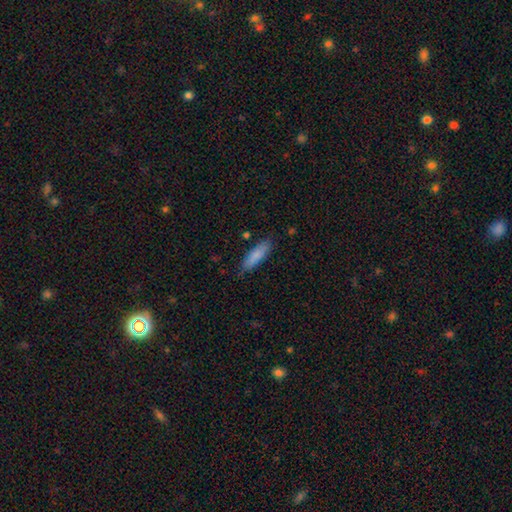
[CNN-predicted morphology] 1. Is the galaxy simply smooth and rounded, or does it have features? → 83% smooth, 11% featured or disk, 6% star or artifact.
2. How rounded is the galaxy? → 62% cigar-shaped, 36% in between, 1% round.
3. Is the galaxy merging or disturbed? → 81% none, 15% minor disturbance, 3% major disturbance, 2% merger.